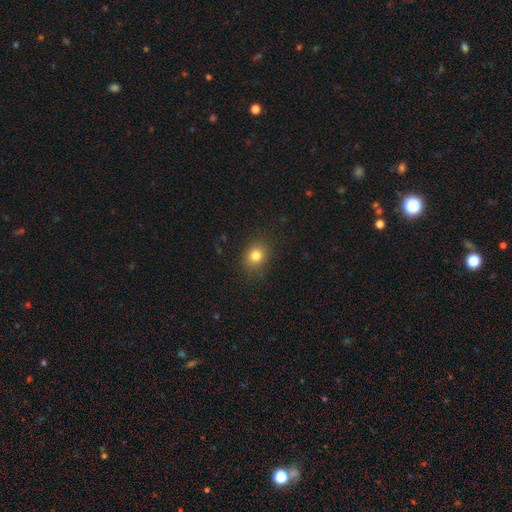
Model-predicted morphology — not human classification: Overall: smooth (80%). How rounded: round (63%; in between 36%). Merging: none (86%).